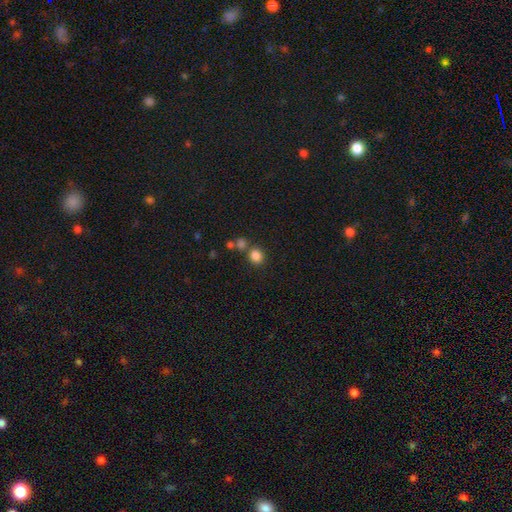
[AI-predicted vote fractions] This appears to be a smooth galaxy with no disk features (83%) that is round (76%). Merging: none (70%).